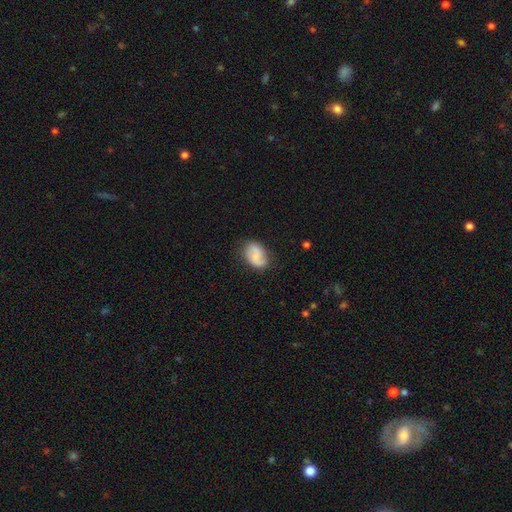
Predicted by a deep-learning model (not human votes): smooth_or_featured: smooth (p=0.53) [alt: featured or disk p=0.39]
how_rounded: in between (p=0.79) [alt: round p=0.20]
merging: none (p=0.74) [alt: minor disturbance p=0.19]